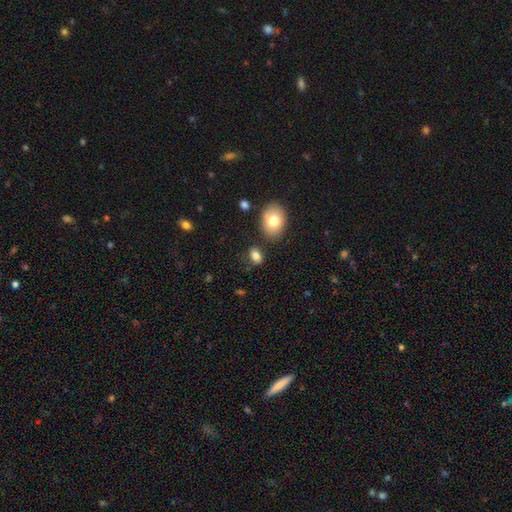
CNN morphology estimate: This appears to be a smooth galaxy with no disk features (81%) that is in between round and cigar-shaped (80%). Merging: none (75%).